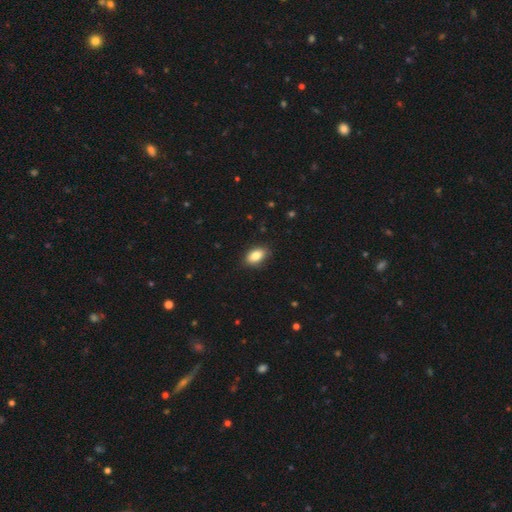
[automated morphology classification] Smooth or featured: smooth — 85% (star or artifact — 8%)
How rounded: in between — 90% (round — 8%)
Merging: none — 86% (minor disturbance — 11%)